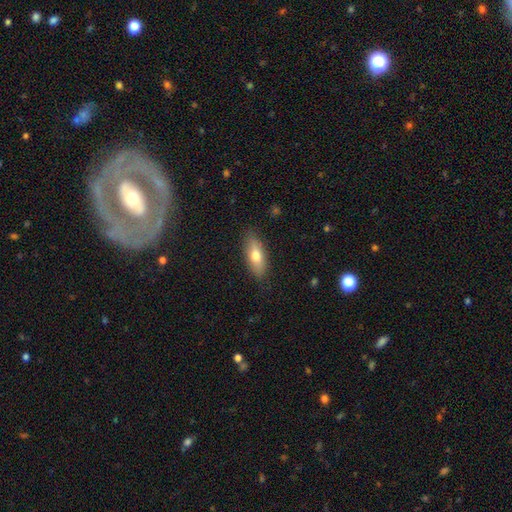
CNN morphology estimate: Smooth or featured? Predicted: smooth (p=0.69). How rounded? Predicted: in between (p=0.70). Merging? Predicted: none (p=0.84).